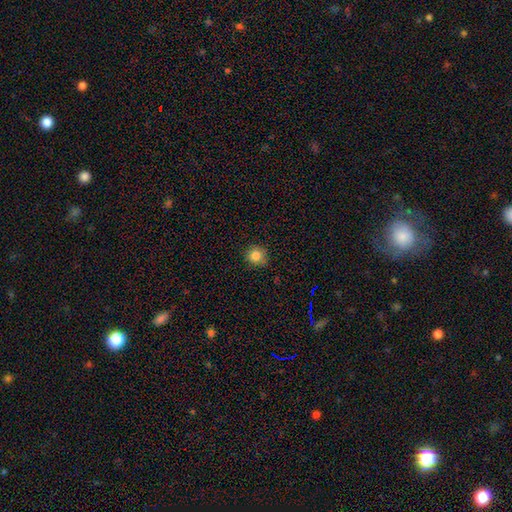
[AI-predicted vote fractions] Q: Smooth or featured?
A: smooth (83%); runner-up: star or artifact (11%)
Q: How rounded?
A: round (90%); runner-up: in between (9%)
Q: Merging?
A: none (85%); runner-up: minor disturbance (11%)